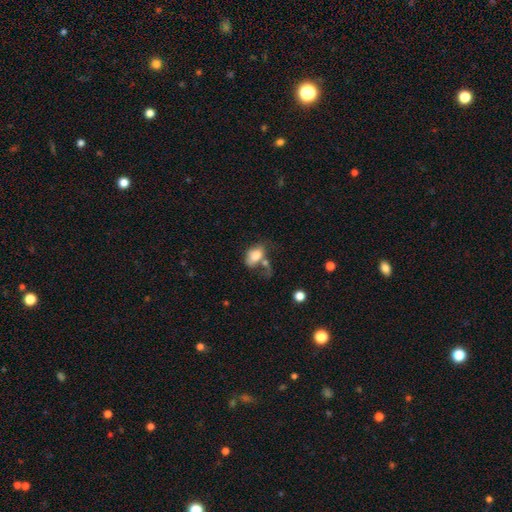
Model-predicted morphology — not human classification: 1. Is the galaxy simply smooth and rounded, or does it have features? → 74% smooth, 17% featured or disk, 9% star or artifact.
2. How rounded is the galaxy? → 86% in between, 12% round, 2% cigar-shaped.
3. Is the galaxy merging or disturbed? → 31% merger, 26% none, 24% major disturbance, 19% minor disturbance.